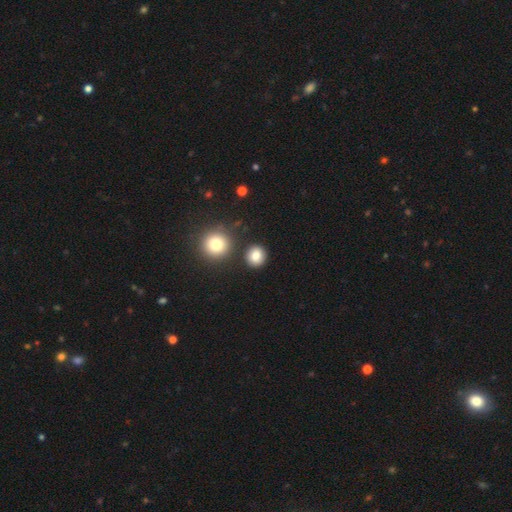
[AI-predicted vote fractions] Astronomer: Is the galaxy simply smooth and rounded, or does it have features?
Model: smooth — 83%.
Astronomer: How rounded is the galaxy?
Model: round — 88%.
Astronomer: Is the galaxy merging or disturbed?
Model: none — 85%.